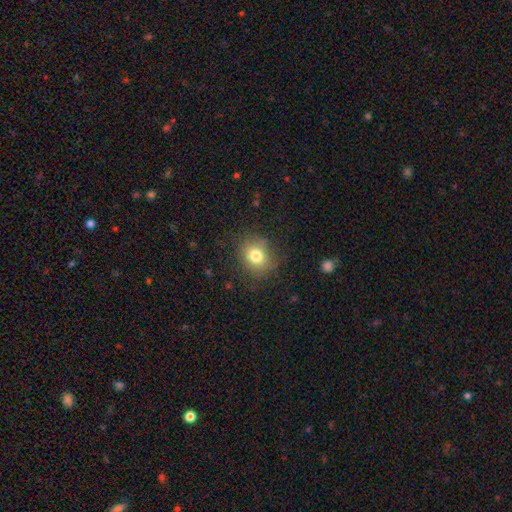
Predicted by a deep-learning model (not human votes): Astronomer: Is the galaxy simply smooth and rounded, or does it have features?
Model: smooth — 79%.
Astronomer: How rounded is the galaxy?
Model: round — 66%.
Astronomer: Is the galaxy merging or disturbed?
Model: none — 79%.